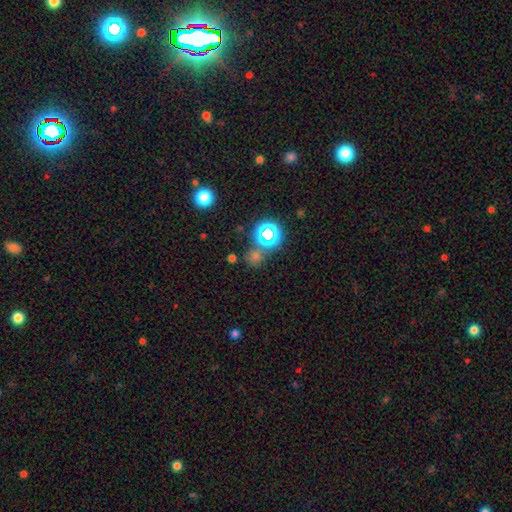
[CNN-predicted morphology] star or artifact 52%, smooth 41%, featured or disk 7%.